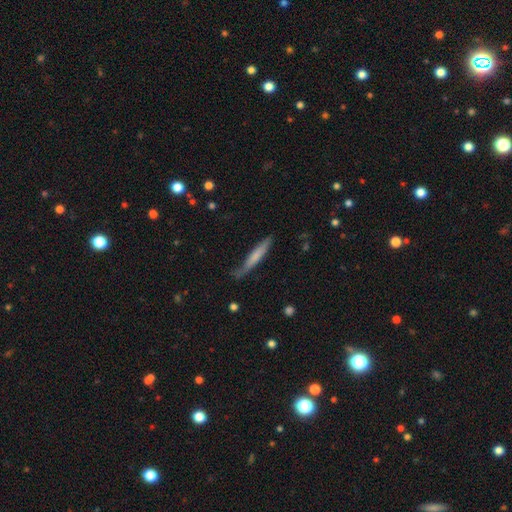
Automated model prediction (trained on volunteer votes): smooth_or_featured: smooth (p=0.64) [alt: featured or disk p=0.30]
how_rounded: cigar-shaped (p=0.92) [alt: in between p=0.07]
merging: none (p=0.62) [alt: minor disturbance p=0.28]